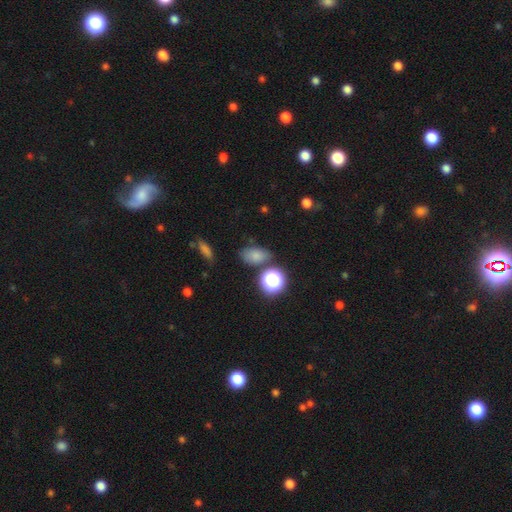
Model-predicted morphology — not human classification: smooth 74%, star or artifact 17%, featured or disk 9%. Down the decision tree: how rounded — in between (79%); merging — none (70%).